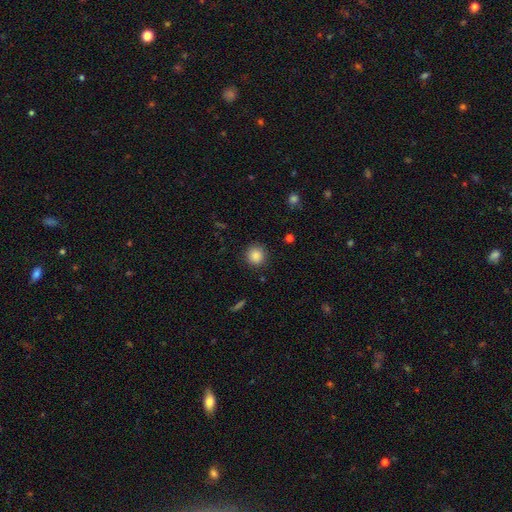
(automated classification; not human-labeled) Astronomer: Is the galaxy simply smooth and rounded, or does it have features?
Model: smooth — 87%.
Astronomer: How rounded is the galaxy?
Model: round — 92%.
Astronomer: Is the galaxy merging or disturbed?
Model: none — 90%.